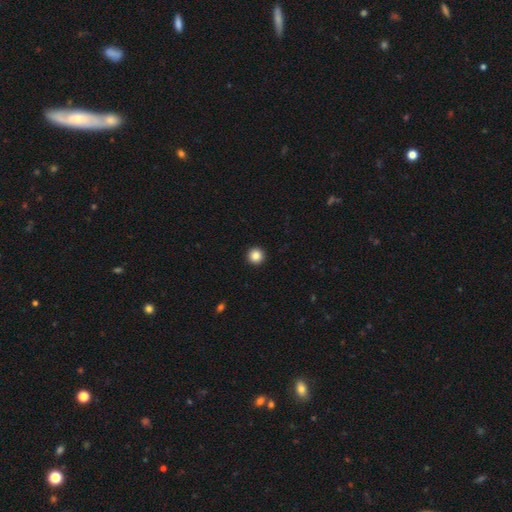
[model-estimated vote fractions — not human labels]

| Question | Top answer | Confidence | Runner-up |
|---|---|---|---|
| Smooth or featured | smooth | 86% | star or artifact (10%) |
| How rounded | round | 97% | in between (2%) |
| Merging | none | 94% | minor disturbance (3%) |